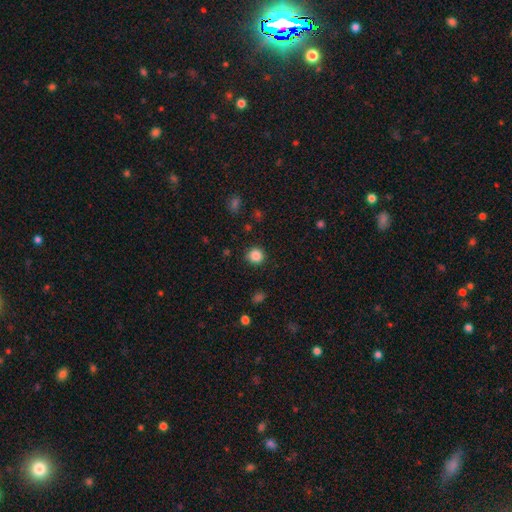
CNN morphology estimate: A smooth galaxy with no disk features (86%) that is round (92%).

Vote fractions:
- Smooth or featured? smooth: 86% / star or artifact: 11% / featured or disk: 3%
- How rounded? round: 92% / in between: 7% / cigar-shaped: 1%
- Merging? none: 89% / minor disturbance: 7% / major disturbance: 2% / merger: 1%